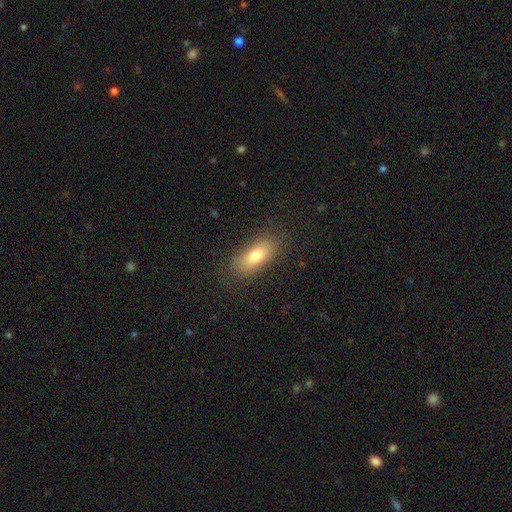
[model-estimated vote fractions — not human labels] This appears to be a smooth galaxy with no disk features (78%) that is in between round and cigar-shaped (80%). Merging: none (82%).